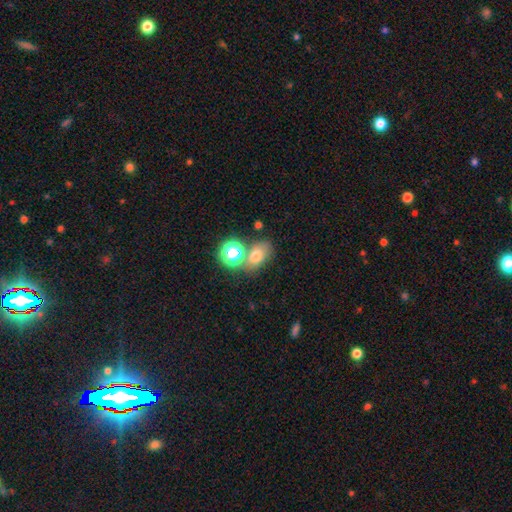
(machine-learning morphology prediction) A smooth galaxy with no disk features (69%) that is in between round and cigar-shaped (70%). Merging: none (57%).